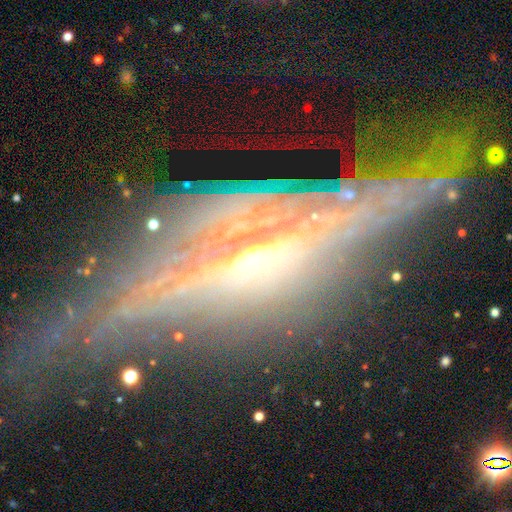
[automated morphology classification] This appears to be a featured or disk galaxy (64%) viewed edge-on (64%). Merging: none (66%).